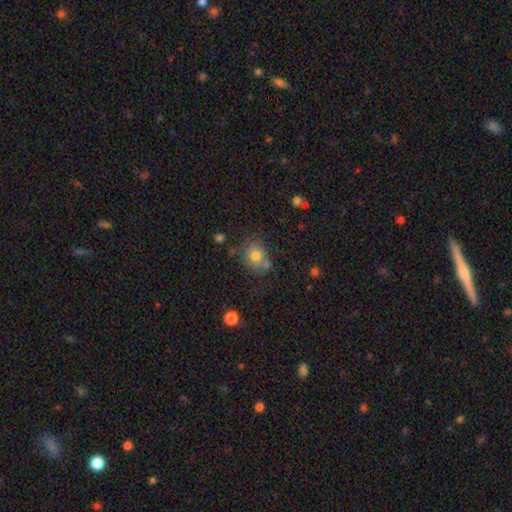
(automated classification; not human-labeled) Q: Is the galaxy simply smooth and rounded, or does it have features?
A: smooth — 76%.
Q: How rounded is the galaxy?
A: round — 75%.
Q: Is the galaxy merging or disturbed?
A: none — 66%.